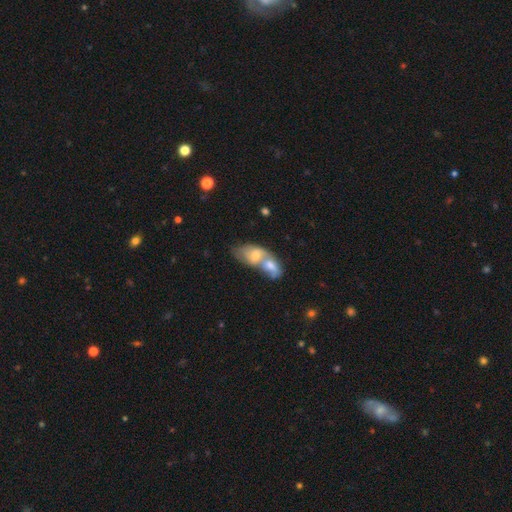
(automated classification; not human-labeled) smooth_or_featured: smooth (p=0.52) [alt: featured or disk p=0.38]
how_rounded: in between (p=0.79) [alt: round p=0.14]
merging: merger (p=0.79) [alt: none p=0.13]